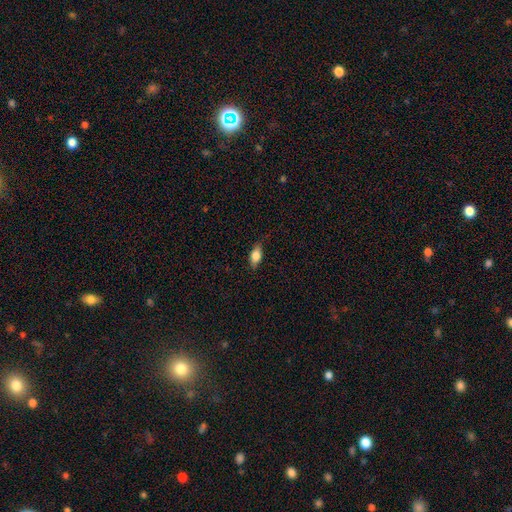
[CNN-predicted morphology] Smooth or featured? Predicted: smooth (p=0.73). How rounded? Predicted: in between (p=0.82). Merging? Predicted: none (p=0.79).